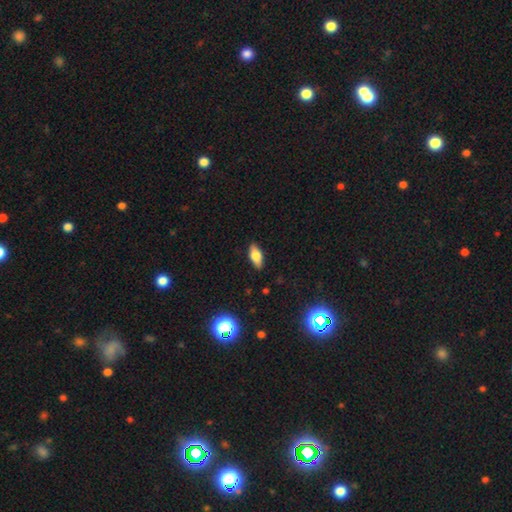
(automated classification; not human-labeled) smooth-or-featured: smooth: 68% | featured or disk: 24% | star or artifact: 8%
  how-rounded: in between: 81% | cigar-shaped: 16% | round: 3%
  merging: none: 88% | minor disturbance: 9% | major disturbance: 2% | merger: 1%